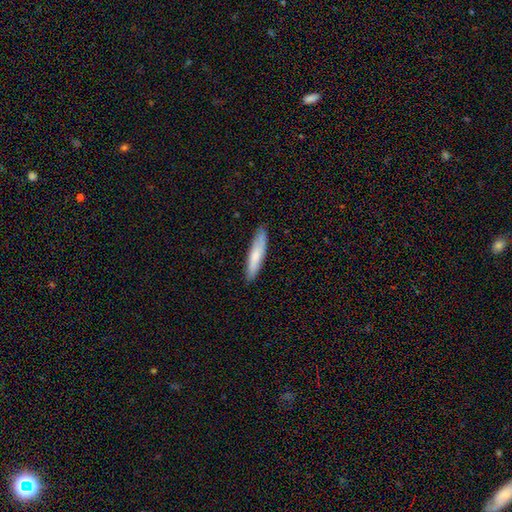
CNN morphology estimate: Q: Smooth or featured?
A: smooth (74%); runner-up: featured or disk (21%)
Q: How rounded?
A: cigar-shaped (85%); runner-up: in between (14%)
Q: Merging?
A: none (87%); runner-up: minor disturbance (10%)